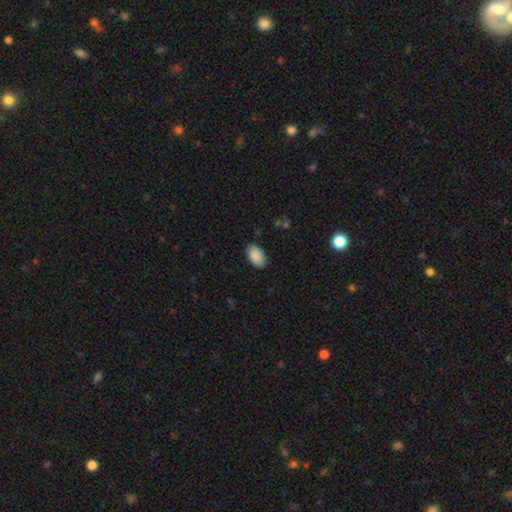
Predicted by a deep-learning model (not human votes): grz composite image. It shows a smooth galaxy with no disk features (90%) that is in between round and cigar-shaped (93%). Merging: none (86%).